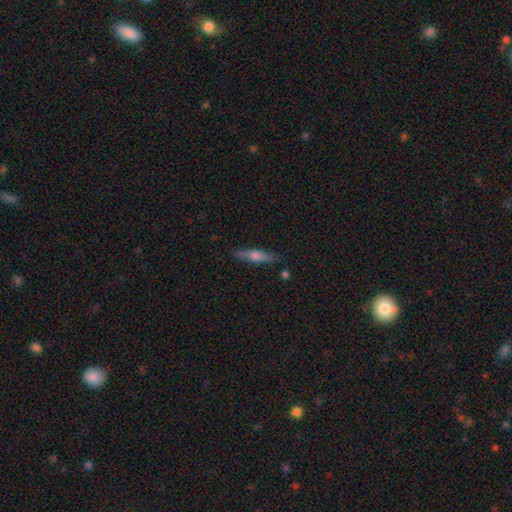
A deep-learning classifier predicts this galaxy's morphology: A featured or disk galaxy (64%) viewed edge-on (96%) with a rounded central bulge (87%).

Vote fractions:
- Smooth or featured? featured or disk: 64% / smooth: 29% / star or artifact: 7%
- Edge-on disk? yes: 96% / no: 4%
- Edge-on bulge? rounded: 87% / boxy: 8% / none: 6%
- Merging? none: 88% / minor disturbance: 8% / merger: 2% / major disturbance: 2%